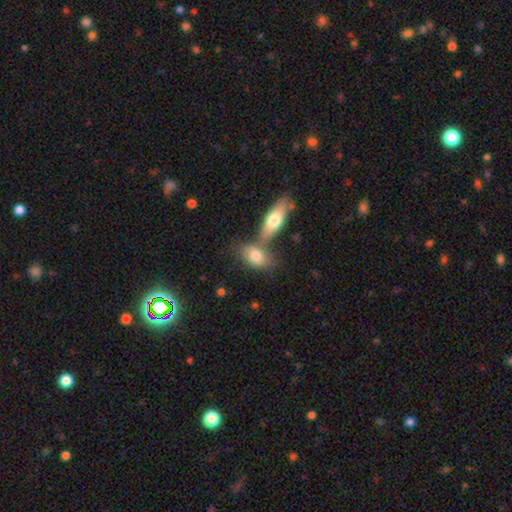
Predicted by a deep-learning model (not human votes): A smooth galaxy with no disk features (76%) that is in between round and cigar-shaped (86%).

Vote fractions:
- Smooth or featured? smooth: 76% / featured or disk: 18% / star or artifact: 7%
- How rounded? in between: 86% / round: 8% / cigar-shaped: 6%
- Merging? none: 42% (tied) / merger: 42% (tied) / minor disturbance: 12% / major disturbance: 4%